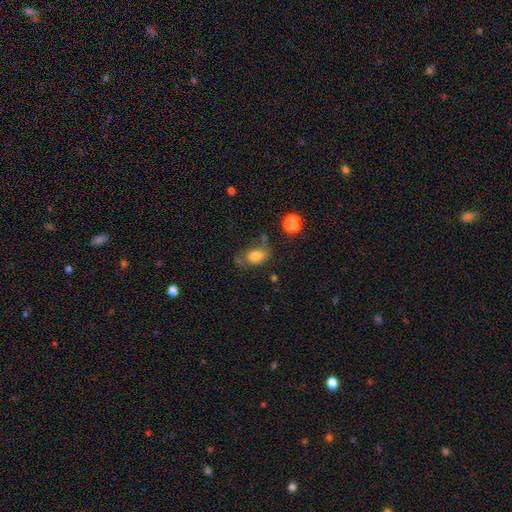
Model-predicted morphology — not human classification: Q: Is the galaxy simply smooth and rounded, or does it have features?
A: smooth — 76%.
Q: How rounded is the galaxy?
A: in between — 76%.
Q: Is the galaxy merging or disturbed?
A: none — 50%.